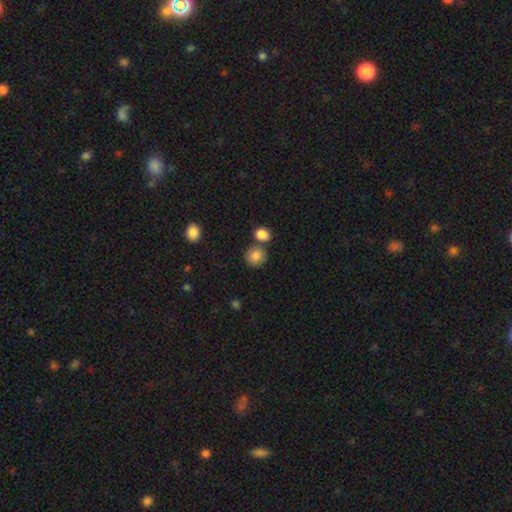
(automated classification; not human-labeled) smooth_or_featured: smooth (p=0.85) [alt: star or artifact p=0.09]
how_rounded: round (p=0.83) [alt: in between p=0.16]
merging: none (p=0.67) [alt: merger p=0.19]